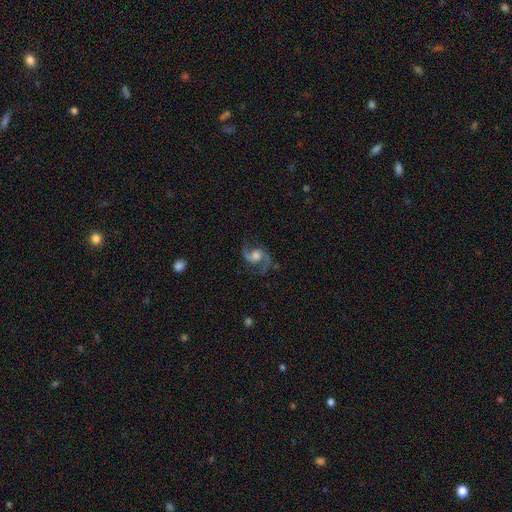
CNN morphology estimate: Smooth or featured: featured or disk — 89% (star or artifact — 6%)
Edge-on disk: no — 98% (yes — 2%)
Bar: no — 64% (weak — 30%)
Spiral arms: yes — 97% (no — 3%)
Spiral winding: medium — 49% (loose — 43%)
Spiral arm count: 2 — 94% (1 — 2%)
Bulge size: moderate — 50% (large — 30%)
Merging: none — 77% (minor disturbance — 14%)